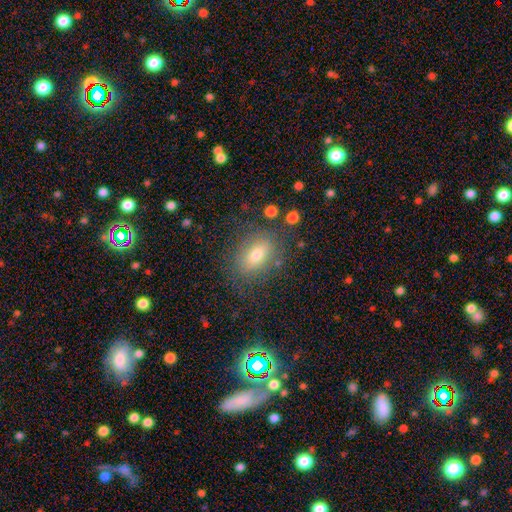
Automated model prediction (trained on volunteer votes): This appears to be a smooth galaxy with no disk features (73%) that is in between round and cigar-shaped (79%). Merging: none (78%).